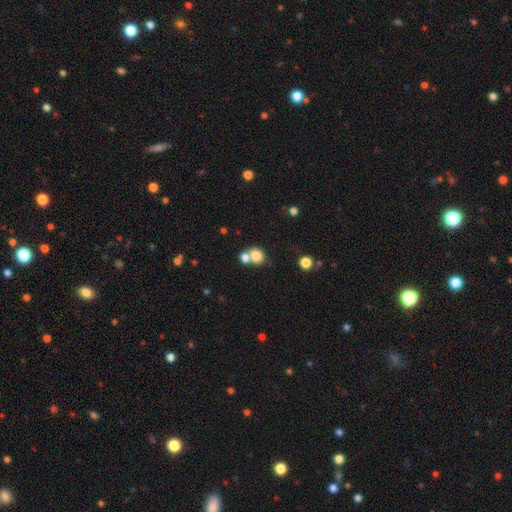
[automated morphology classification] This appears to be a smooth galaxy with no disk features (79%) that is round (75%). Merging: merger (50%).